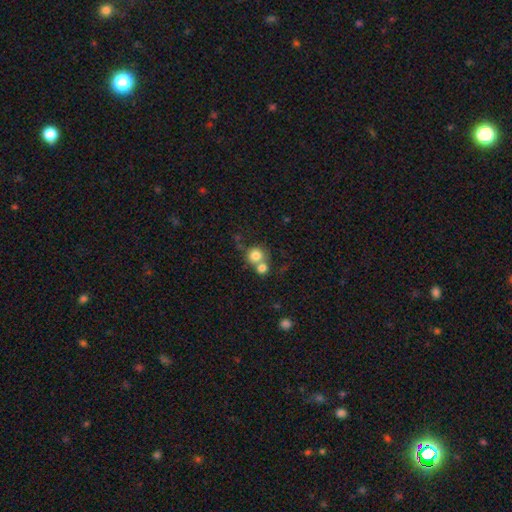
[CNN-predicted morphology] Smooth or featured?
  - smooth: 79% *
  - featured or disk: 11%
  - star or artifact: 10%
How rounded?
  - round: 88% *
  - in between: 11%
  - cigar-shaped: 1%
Merging?
  - merger: 47% *
  - none: 43%
  - minor disturbance: 7%
  - major disturbance: 3%